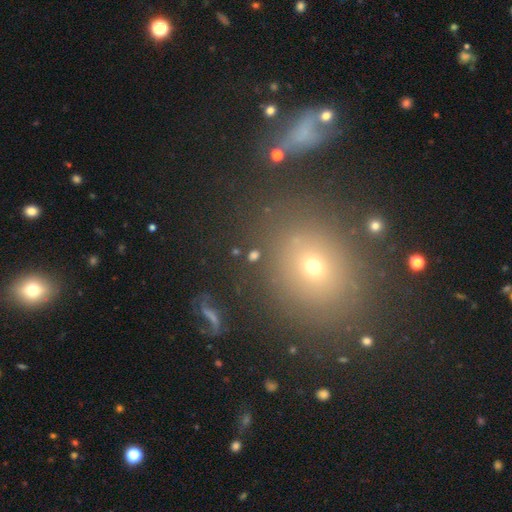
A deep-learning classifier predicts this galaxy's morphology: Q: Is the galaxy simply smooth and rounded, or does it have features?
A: smooth — 55%.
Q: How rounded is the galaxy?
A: round — 58%.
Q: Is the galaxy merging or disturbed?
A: none — 75%.